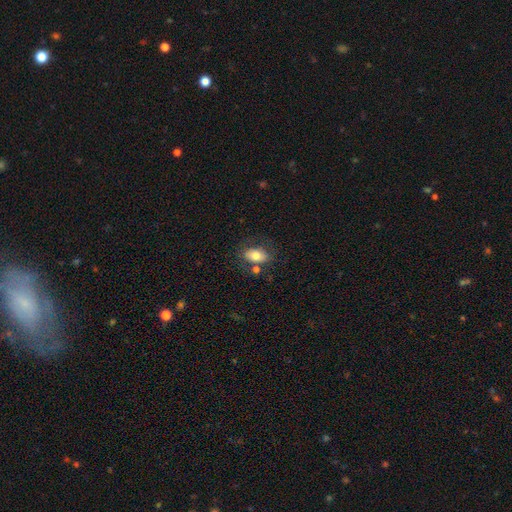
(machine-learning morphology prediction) Q: Smooth or featured?
A: smooth (74%); runner-up: featured or disk (18%)
Q: How rounded?
A: in between (88%); runner-up: round (10%)
Q: Merging?
A: none (67%); runner-up: minor disturbance (15%)